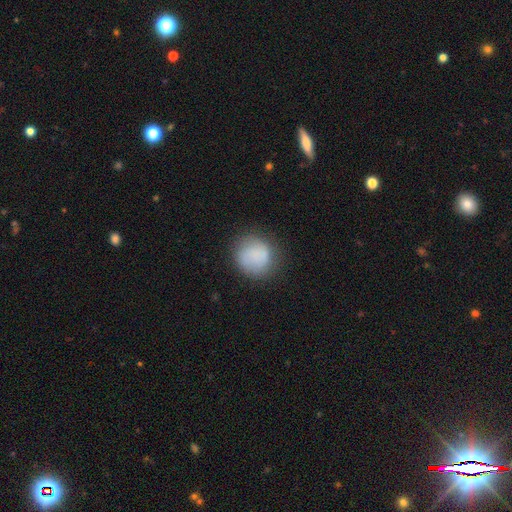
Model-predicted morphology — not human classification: This appears to be a smooth galaxy with no disk features (77%) that is round (87%). Merging: none (73%).